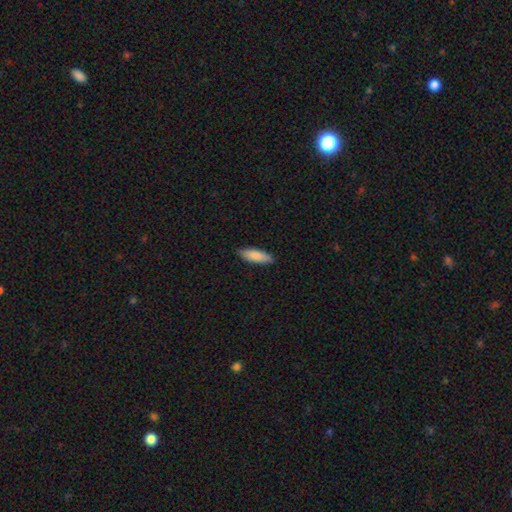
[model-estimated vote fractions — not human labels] This appears to be a smooth galaxy with no disk features (87%) that is in between round and cigar-shaped (50%). Merging: none (88%).